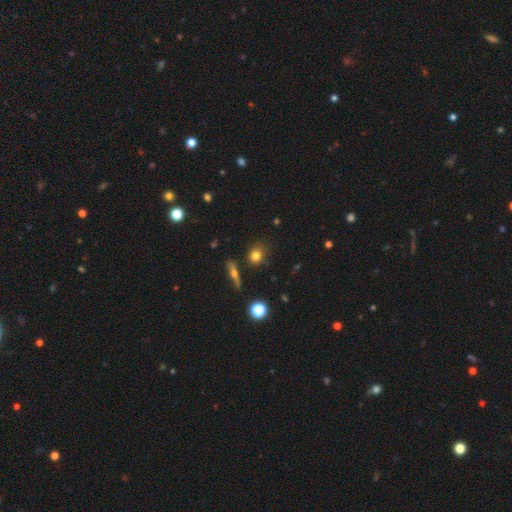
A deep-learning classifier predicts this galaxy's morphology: Smooth or featured? Predicted: smooth (p=0.75). How rounded? Predicted: round (p=0.73). Merging? Predicted: none (p=0.78).